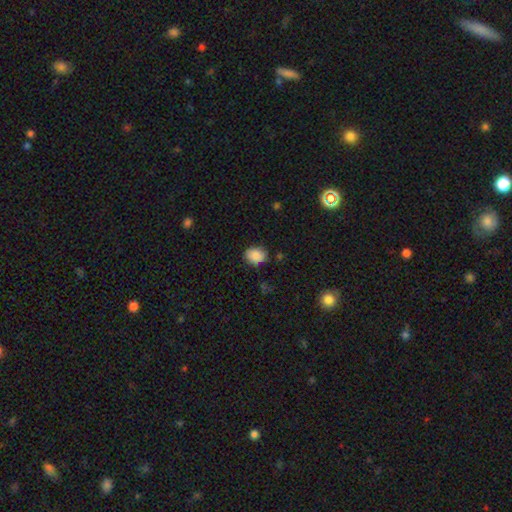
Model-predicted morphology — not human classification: A smooth galaxy with no disk features (87%) that is in between round and cigar-shaped (57%). Merging: none (79%).